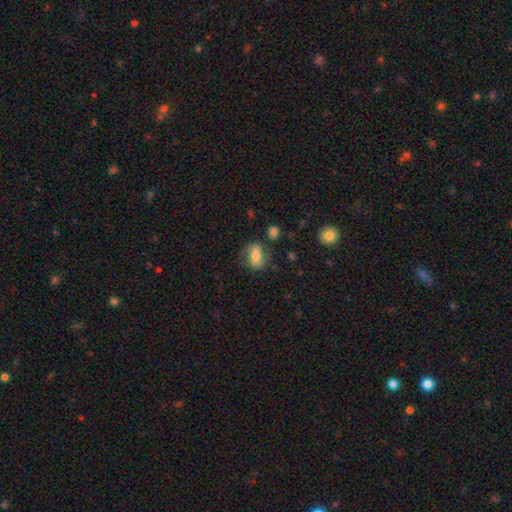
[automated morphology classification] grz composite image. It shows a smooth galaxy with no disk features (59%) that is in between round and cigar-shaped (76%). Merging: none (62%).